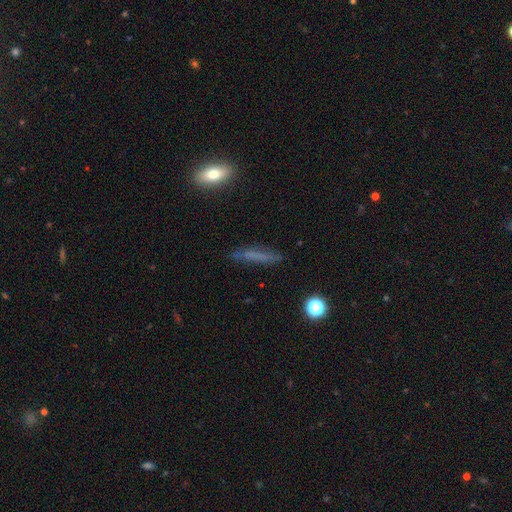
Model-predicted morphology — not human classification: This is possibly a smooth galaxy (56%). How rounded: clearly cigar-shaped (85%). Merging: likely none (78%).